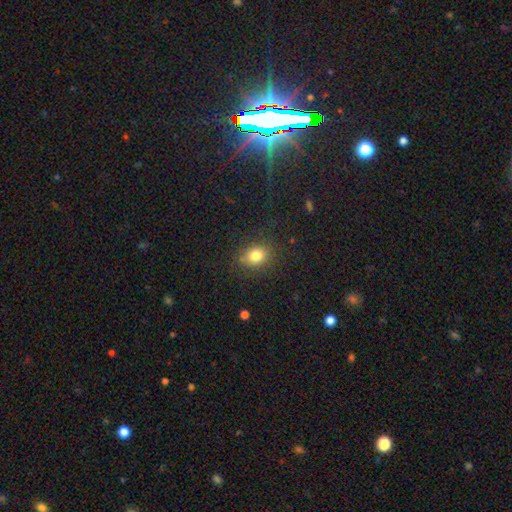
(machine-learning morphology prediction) A smooth galaxy with no disk features (80%) that is round (58%).

Vote fractions:
- Smooth or featured? smooth: 80% / star or artifact: 13% / featured or disk: 7%
- How rounded? round: 58% / in between: 41% / cigar-shaped: 1%
- Merging? none: 83% / minor disturbance: 11% / major disturbance: 4% / merger: 2%